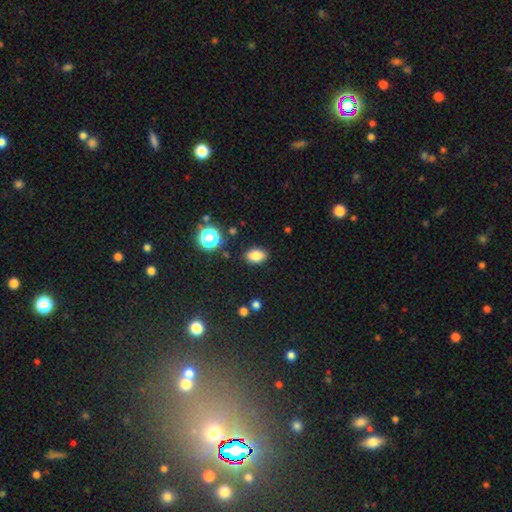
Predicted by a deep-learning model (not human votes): smooth-or-featured: smooth: 83% | star or artifact: 12% | featured or disk: 6%
  how-rounded: in between: 83% | round: 16% | cigar-shaped: 1%
  merging: none: 86% | minor disturbance: 10% | major disturbance: 3% | merger: 2%